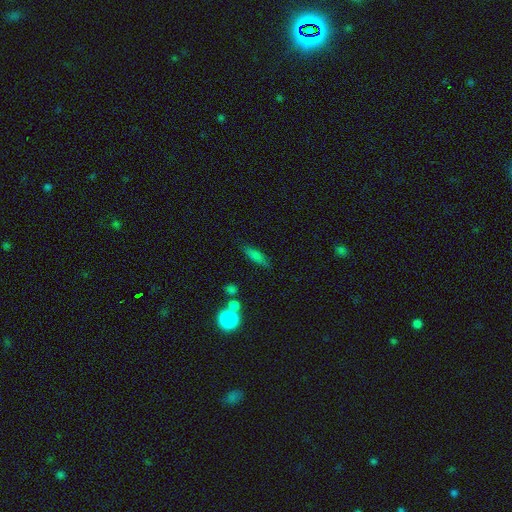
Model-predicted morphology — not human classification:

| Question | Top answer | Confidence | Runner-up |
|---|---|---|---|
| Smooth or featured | smooth | 74% | featured or disk (14%) |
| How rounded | cigar-shaped | 56% | in between (39%) |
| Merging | none | 78% | minor disturbance (13%) |